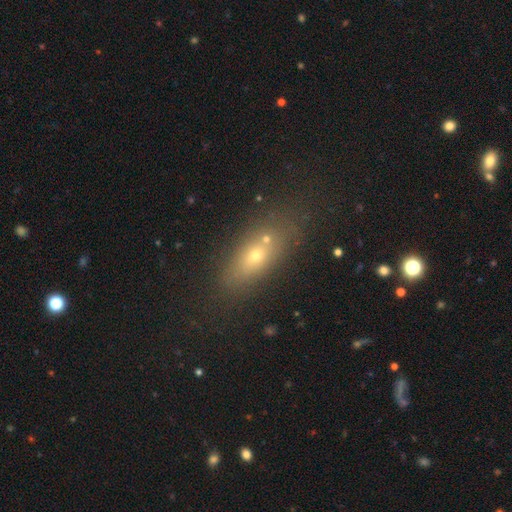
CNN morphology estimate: This is likely a smooth galaxy (61%). How rounded: likely in between (65%). Merging: likely none (67%).